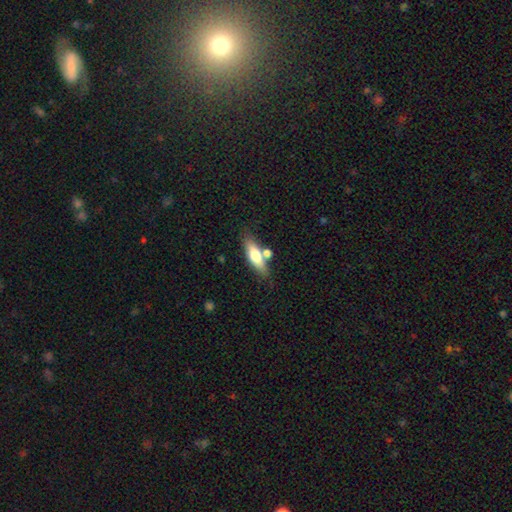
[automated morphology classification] Smooth or featured: smooth — 61% (featured or disk — 32%)
How rounded: cigar-shaped — 49% (in between — 48%)
Merging: none — 65% (merger — 18%)